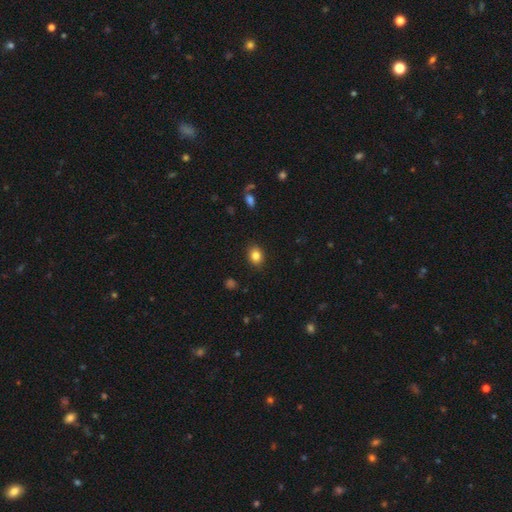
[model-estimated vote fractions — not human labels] Overall: smooth (84%). How rounded: in between (53%; round 46%). Merging: none (88%).